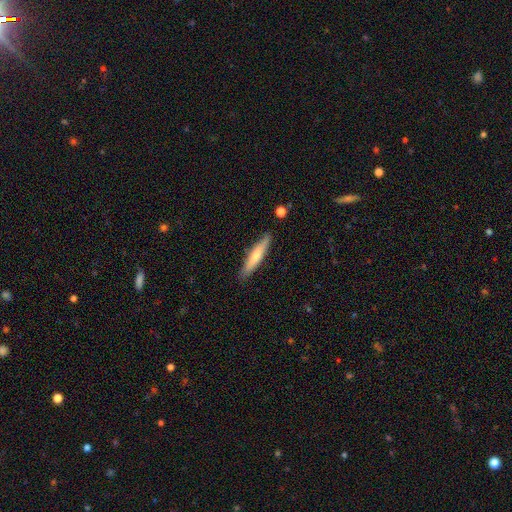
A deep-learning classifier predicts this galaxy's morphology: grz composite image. It shows a smooth galaxy with no disk features (60%) that is cigar-shaped (87%). Merging: none (86%).